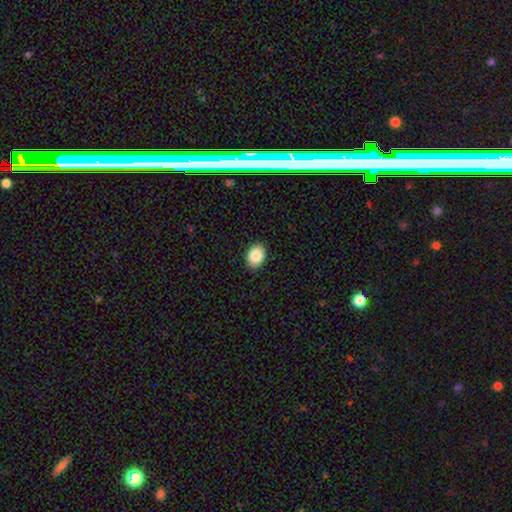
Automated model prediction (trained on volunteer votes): Q: Smooth or featured?
A: smooth (87%); runner-up: star or artifact (8%)
Q: How rounded?
A: in between (68%); runner-up: round (31%)
Q: Merging?
A: none (90%); runner-up: minor disturbance (8%)